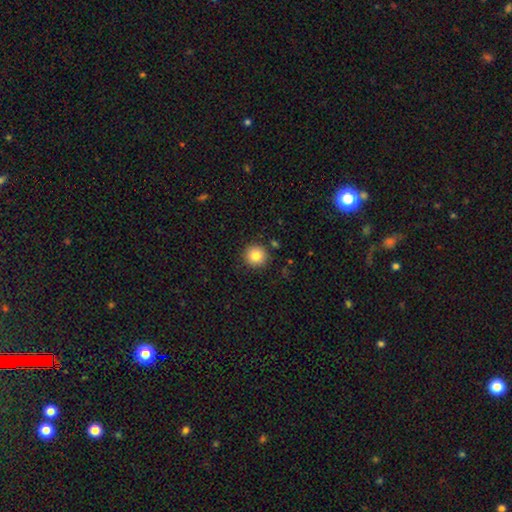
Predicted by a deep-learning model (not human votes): Morphology: type=smooth (83%); roundness=round (94%); merging=none (89%).